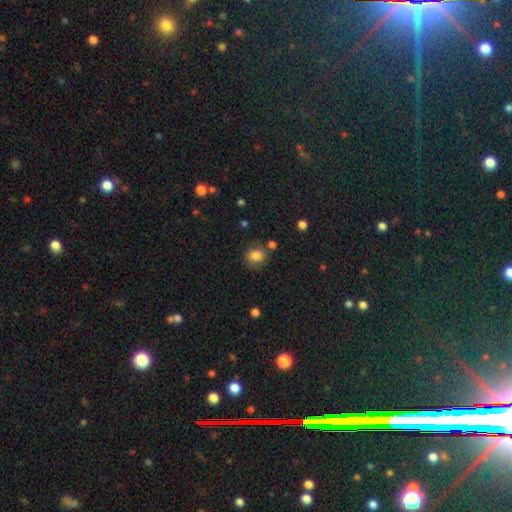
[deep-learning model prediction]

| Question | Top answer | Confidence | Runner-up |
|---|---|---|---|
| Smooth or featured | smooth | 83% | star or artifact (11%) |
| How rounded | round | 73% | in between (26%) |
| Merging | none | 75% | minor disturbance (14%) |